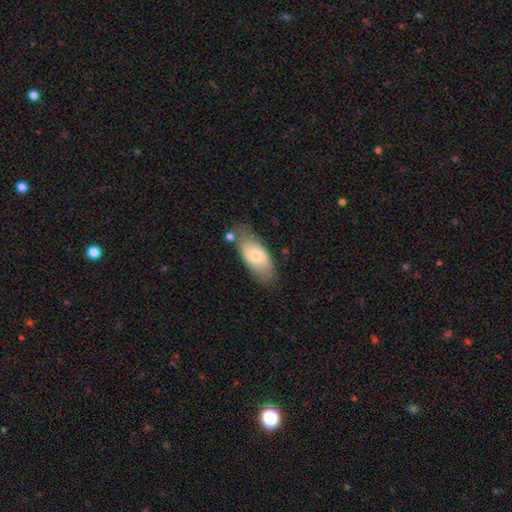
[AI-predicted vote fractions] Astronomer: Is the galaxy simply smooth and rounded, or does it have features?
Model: smooth — 70%.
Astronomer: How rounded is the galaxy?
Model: in between — 89%.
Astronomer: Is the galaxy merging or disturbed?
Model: none — 64%.